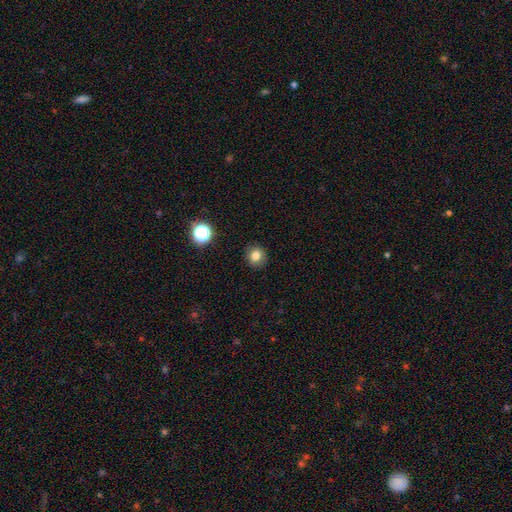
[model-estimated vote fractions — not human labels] Overall: smooth (79%). How rounded: round (79%). Merging: none (88%).